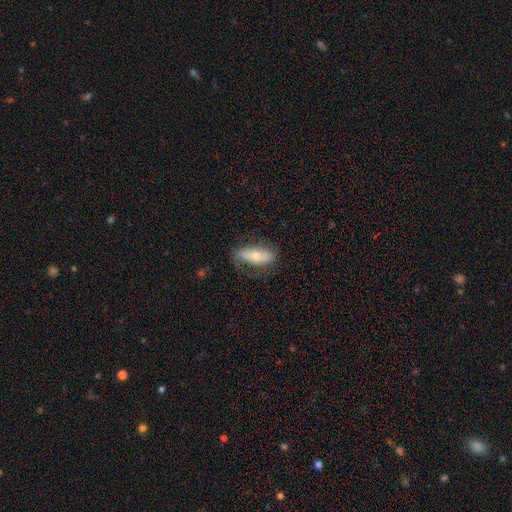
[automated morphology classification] Smooth or featured?
  - smooth: 61% *
  - featured or disk: 33%
  - star or artifact: 7%
How rounded?
  - in between: 77% *
  - cigar-shaped: 20%
  - round: 3%
Merging?
  - none: 69% *
  - minor disturbance: 21%
  - major disturbance: 8%
  - merger: 1%